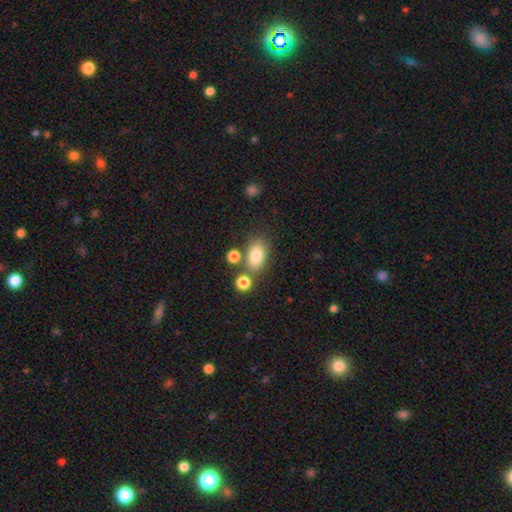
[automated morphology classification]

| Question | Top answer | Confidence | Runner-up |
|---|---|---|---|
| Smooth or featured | smooth | 80% | star or artifact (10%) |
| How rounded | in between | 83% | round (15%) |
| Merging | none | 68% | merger (14%) |